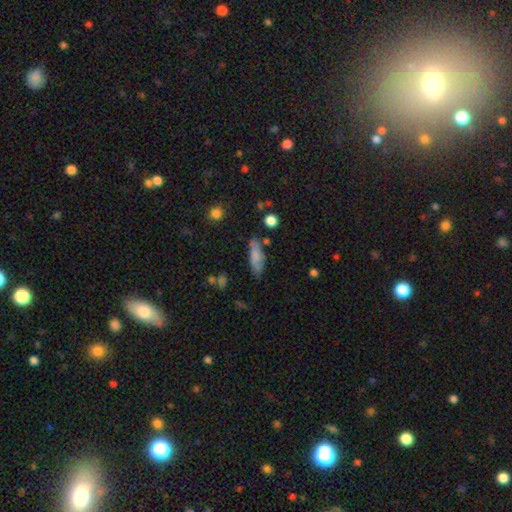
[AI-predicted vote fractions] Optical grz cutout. It shows a smooth galaxy with no disk features (74%) that is in between round and cigar-shaped (54%). Merging: none (71%).